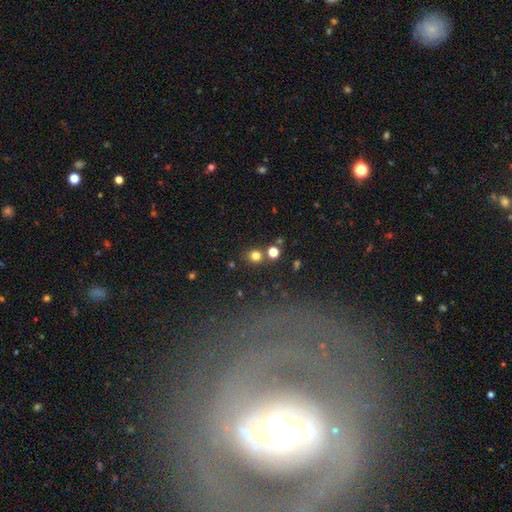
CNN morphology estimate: Overall: smooth (77%). How rounded: round (87%). Merging: none (79%).